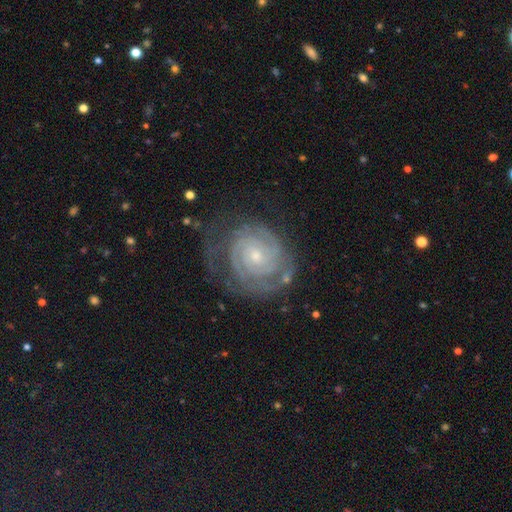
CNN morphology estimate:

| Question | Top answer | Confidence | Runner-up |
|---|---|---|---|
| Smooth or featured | featured or disk | 88% | smooth (6%) |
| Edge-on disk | no | 98% | yes (2%) |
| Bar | no | 71% | weak (23%) |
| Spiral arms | yes | 97% | no (3%) |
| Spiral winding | tight | 82% | medium (16%) |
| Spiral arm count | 2 | 41% | can't tell (22%) |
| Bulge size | small | 67% | moderate (29%) |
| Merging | none | 67% | minor disturbance (20%) |